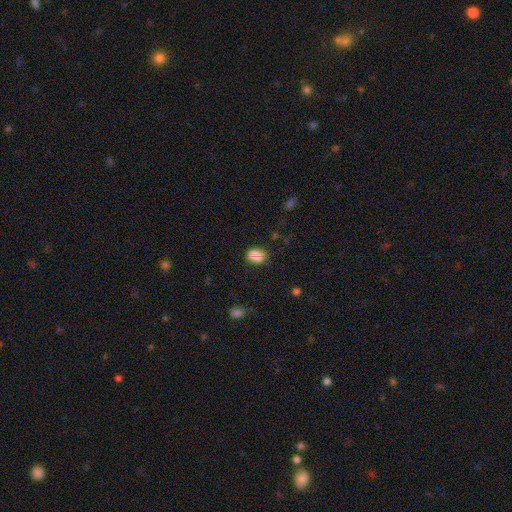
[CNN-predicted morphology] Smooth or featured? Predicted: smooth (p=0.82). How rounded? Predicted: in between (p=0.68). Merging? Predicted: none (p=0.58).